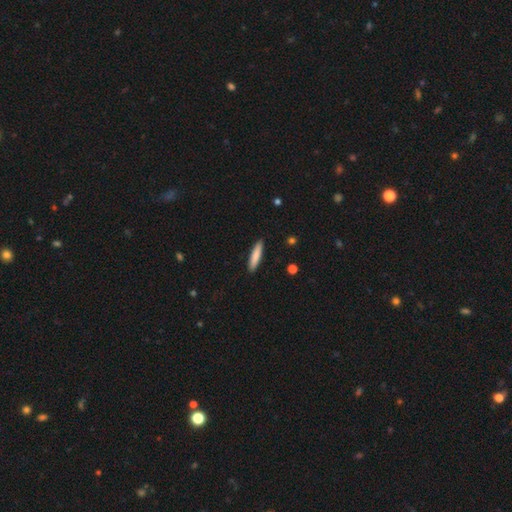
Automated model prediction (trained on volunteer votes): Q: Smooth or featured?
A: smooth (82%); runner-up: featured or disk (13%)
Q: How rounded?
A: cigar-shaped (87%); runner-up: in between (12%)
Q: Merging?
A: none (91%); runner-up: minor disturbance (7%)